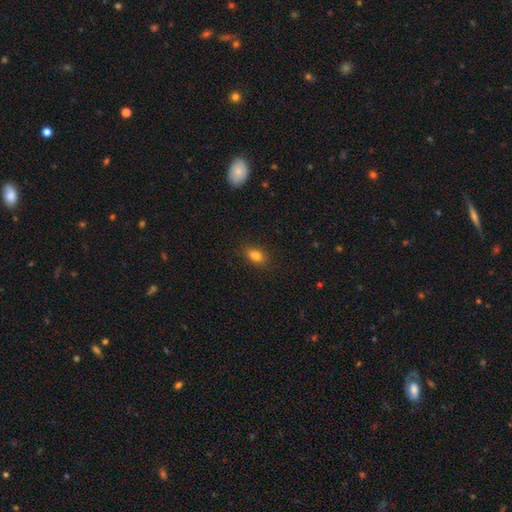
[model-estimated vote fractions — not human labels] Morphology: type=smooth (81%); roundness=in between (77%); merging=none (77%).